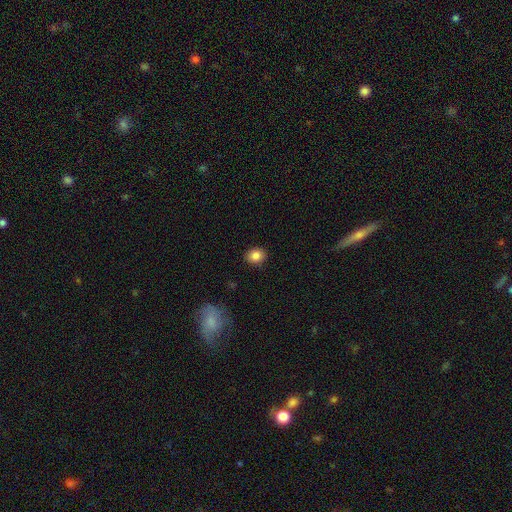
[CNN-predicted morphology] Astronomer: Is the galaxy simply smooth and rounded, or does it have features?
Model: smooth — 85%.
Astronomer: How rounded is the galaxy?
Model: round — 59% (runner-up: in between, 40%).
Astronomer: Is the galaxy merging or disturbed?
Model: none — 89%.